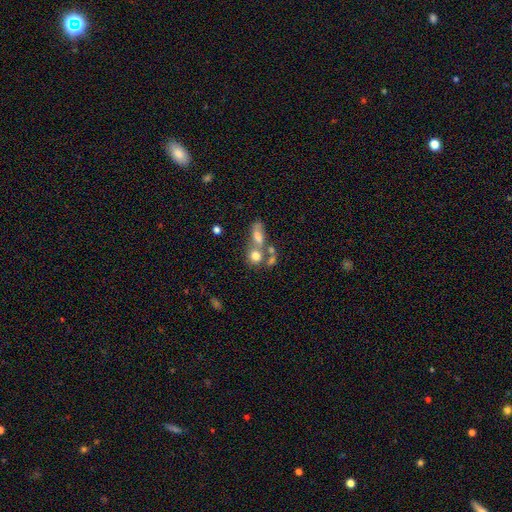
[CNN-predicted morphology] Q: Smooth or featured?
A: smooth (71%); runner-up: featured or disk (16%)
Q: How rounded?
A: round (68%); runner-up: in between (29%)
Q: Merging?
A: merger (45%); runner-up: none (37%)